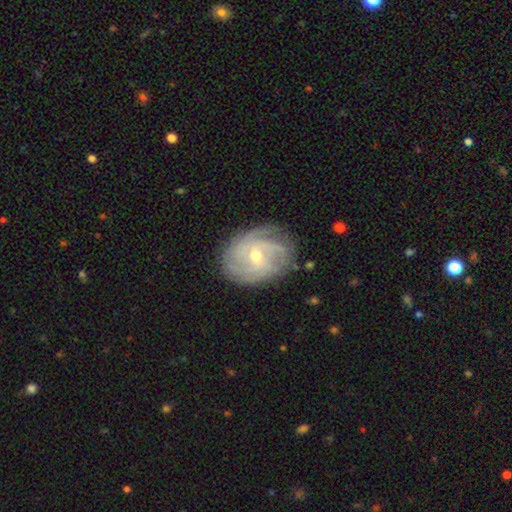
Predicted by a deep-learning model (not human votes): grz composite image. It shows a featured or disk galaxy (84%) with no bar (53%), tight (61%) spiral arms (95%) and a moderate central bulge (50%). Merging: none (73%).